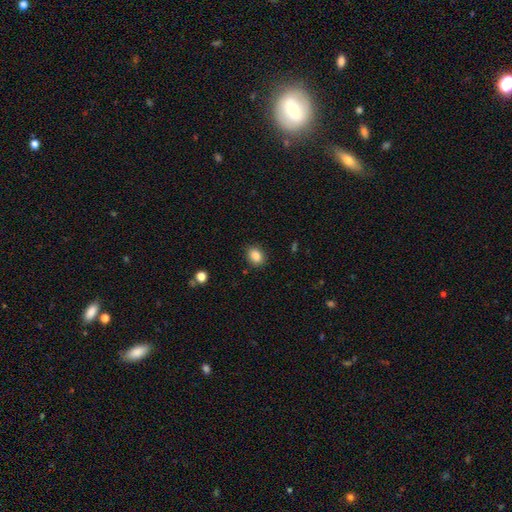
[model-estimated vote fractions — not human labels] This appears to be a smooth galaxy with no disk features (86%) that is in between round and cigar-shaped (64%). Merging: none (87%).